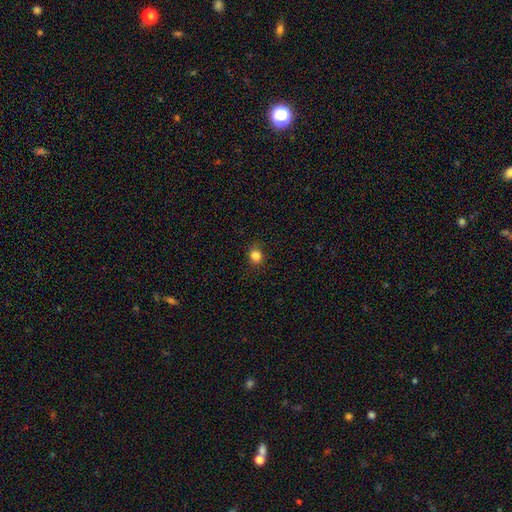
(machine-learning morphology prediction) This appears to be a smooth galaxy with no disk features (84%) that is round (80%). Merging: none (86%).